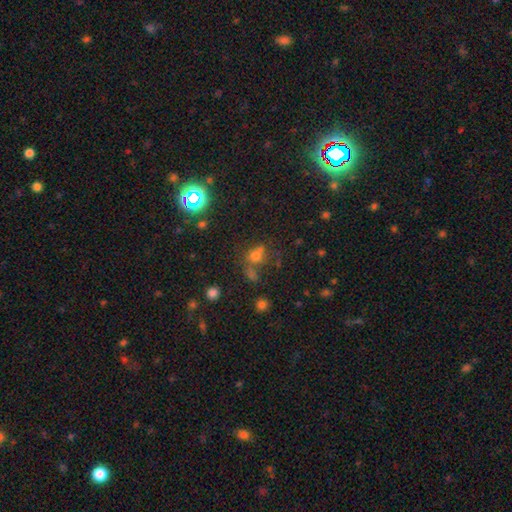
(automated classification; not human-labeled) smooth_or_featured: smooth (p=0.60) [alt: star or artifact p=0.28]
how_rounded: round (p=0.67) [alt: in between p=0.32]
merging: none (p=0.45) [alt: merger p=0.32]